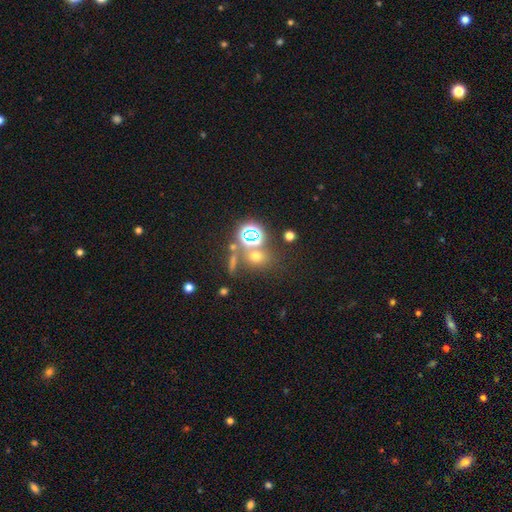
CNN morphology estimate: Overall: smooth (54%; star or artifact 35%). How rounded: round (68%). Merging: none (64%).